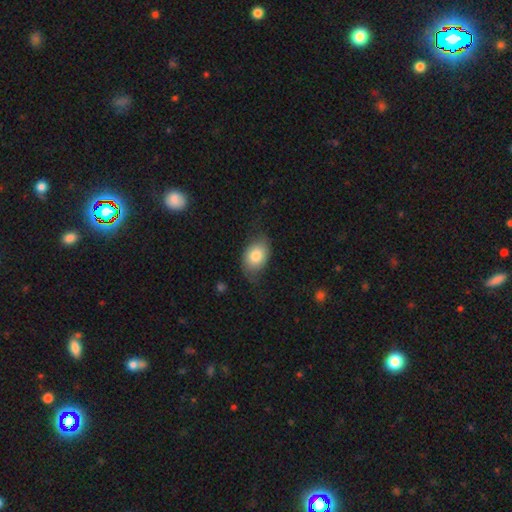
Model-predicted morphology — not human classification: type=smooth (75%); roundness=in between (82%); merging=none (62%).